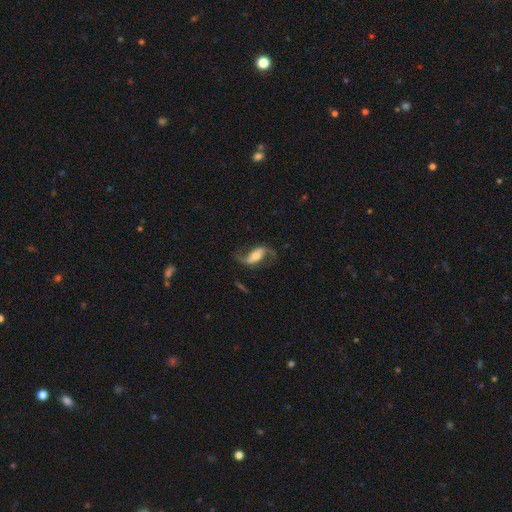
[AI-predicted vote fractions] A featured or disk galaxy (81%) with a strong bar (41%), 2 (92%) loose (72%) spiral arms (94%) and a moderate central bulge (55%).

Vote fractions:
- Smooth or featured? featured or disk: 81% / smooth: 13% / star or artifact: 6%
- Edge-on disk? no: 92% / yes: 8%
- Bar? strong: 41% / weak: 33% / no: 25%
- Spiral arms? yes: 94% / no: 6%
- Spiral winding? loose: 72% / medium: 22% / tight: 6%
- Spiral arm count? 2: 92% / 1: 3% / can't tell: 2% / 3: 1% / 4: 1% / more than 4: 1%
- Bulge size? moderate: 55% / small: 27% / large: 13% / none: 3% / dominant: 2%
- Merging? none: 72% / minor disturbance: 14% / major disturbance: 12% / merger: 2%